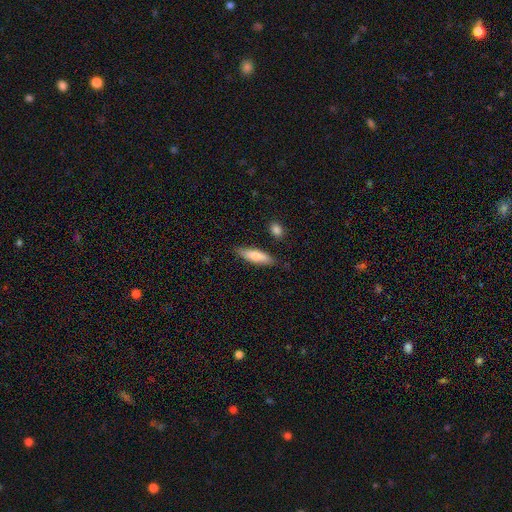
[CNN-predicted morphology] smooth_or_featured: smooth (p=0.78) [alt: featured or disk p=0.16]
how_rounded: cigar-shaped (p=0.62) [alt: in between p=0.36]
merging: none (p=0.83) [alt: minor disturbance p=0.12]